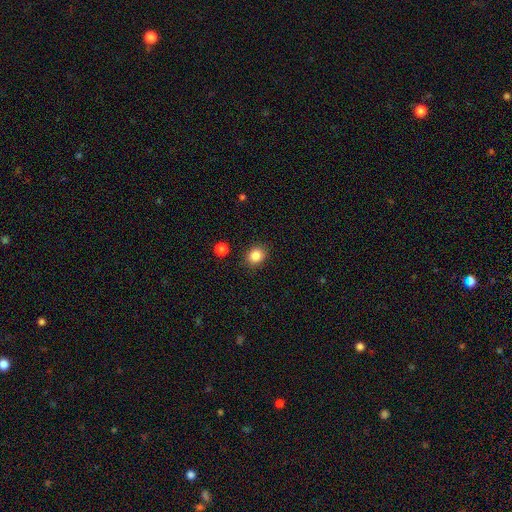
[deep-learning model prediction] Smooth or featured? smooth (85%)
How rounded? round (69%)
Merging? none (87%)